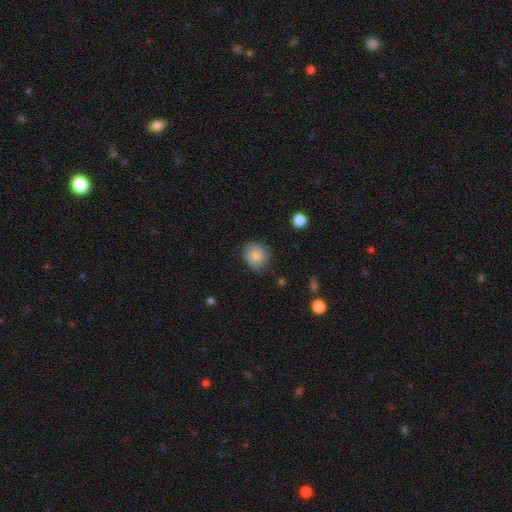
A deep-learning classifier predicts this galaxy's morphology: This is clearly a smooth galaxy (83%). How rounded: clearly round (81%). Merging: likely none (78%).